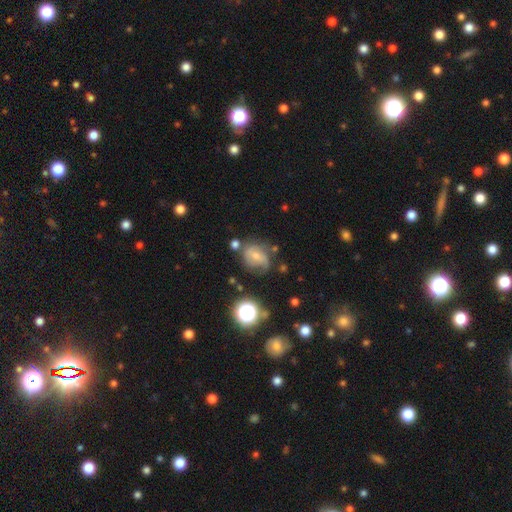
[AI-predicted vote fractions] featured or disk 44%, smooth 41%, star or artifact 15%. Down the decision tree: merging — none (43%).